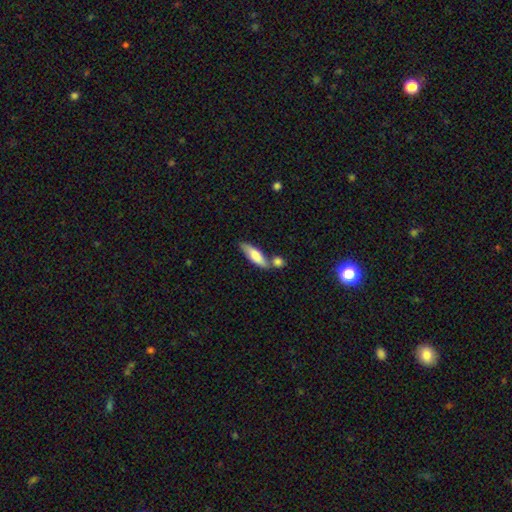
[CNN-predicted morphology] Smooth or featured? smooth (71%)
How rounded? cigar-shaped (52%)
Merging? none (53%)